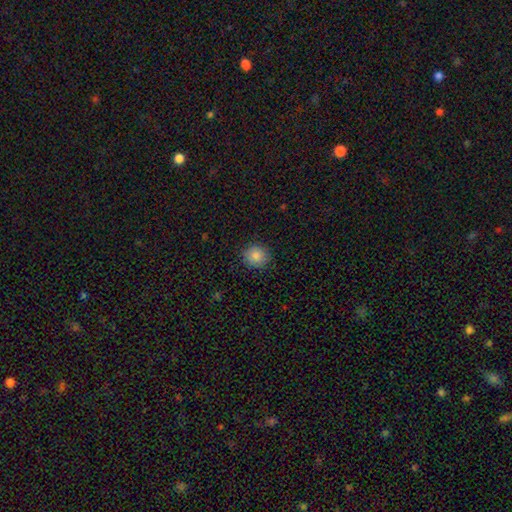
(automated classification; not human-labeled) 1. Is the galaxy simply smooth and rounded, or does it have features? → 85% smooth, 9% star or artifact, 6% featured or disk.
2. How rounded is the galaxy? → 88% round, 11% in between, 1% cigar-shaped.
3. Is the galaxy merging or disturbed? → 89% none, 8% minor disturbance, 2% major disturbance, 1% merger.